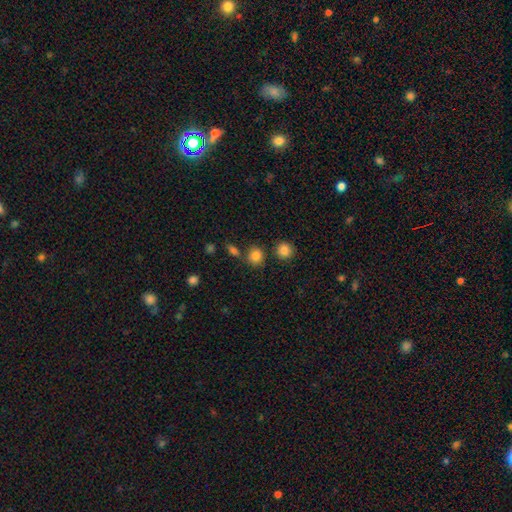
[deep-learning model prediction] A smooth galaxy with no disk features (83%) that is round (80%).

Vote fractions:
- Smooth or featured? smooth: 83% / star or artifact: 12% / featured or disk: 5%
- How rounded? round: 80% / in between: 19% / cigar-shaped: 1%
- Merging? none: 75% / merger: 12% / minor disturbance: 10% / major disturbance: 3%